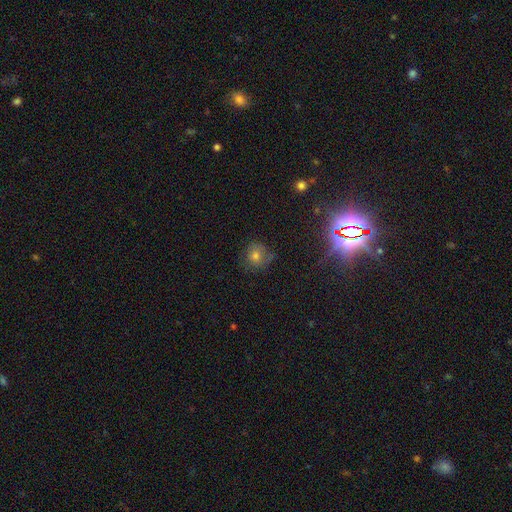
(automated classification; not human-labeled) Morphology: type=smooth (55%); roundness=round (82%); merging=none (67%).